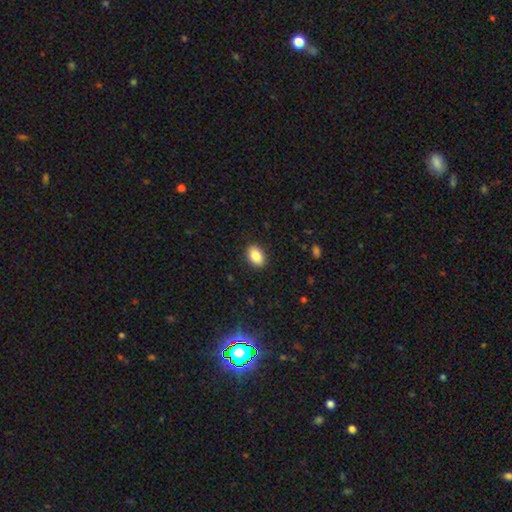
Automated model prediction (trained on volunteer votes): The model was most divided on "how rounded": in between: 88%, round: 10%, cigar-shaped: 1%. More confident: merging — none (89%); smooth or featured — smooth (87%).